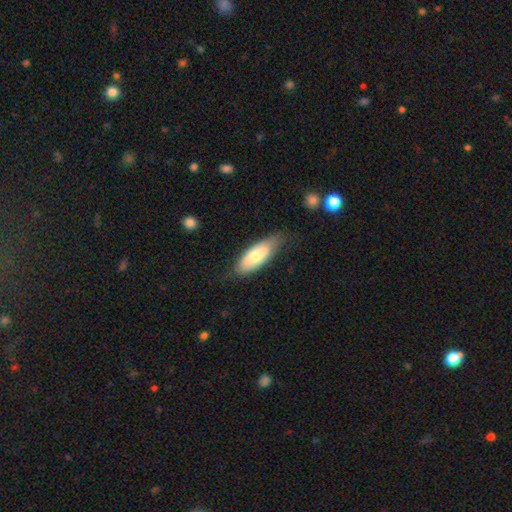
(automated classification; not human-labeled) Smooth or featured? smooth (71%)
How rounded? in between (74%)
Merging? none (66%)